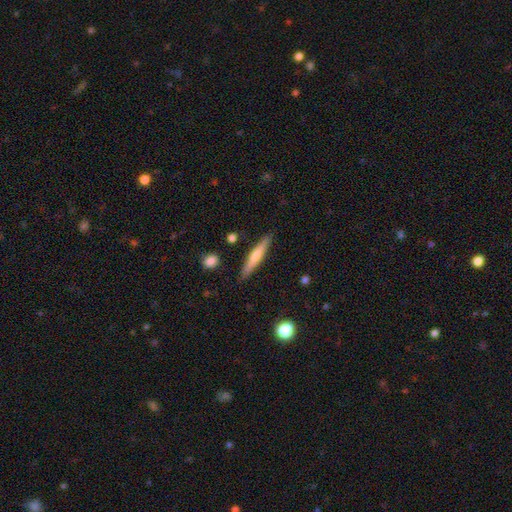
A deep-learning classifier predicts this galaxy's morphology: Q: Smooth or featured?
A: smooth (54%); runner-up: featured or disk (40%)
Q: How rounded?
A: cigar-shaped (92%); runner-up: in between (6%)
Q: Merging?
A: none (88%); runner-up: minor disturbance (9%)